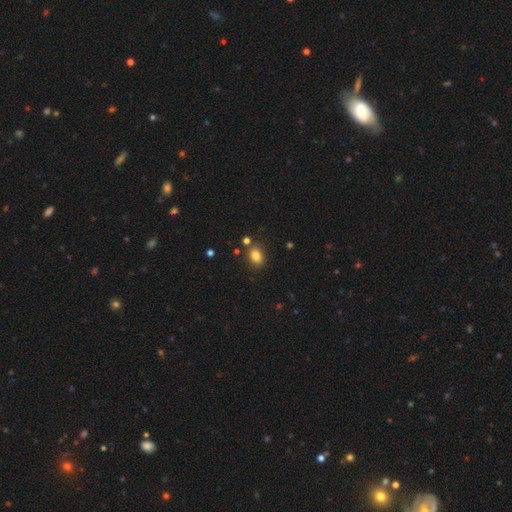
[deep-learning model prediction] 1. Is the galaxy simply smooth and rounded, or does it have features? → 82% smooth, 11% star or artifact, 7% featured or disk.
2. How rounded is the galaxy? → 76% in between, 23% round, 2% cigar-shaped.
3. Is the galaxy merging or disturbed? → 77% none, 13% minor disturbance, 6% merger, 3% major disturbance.